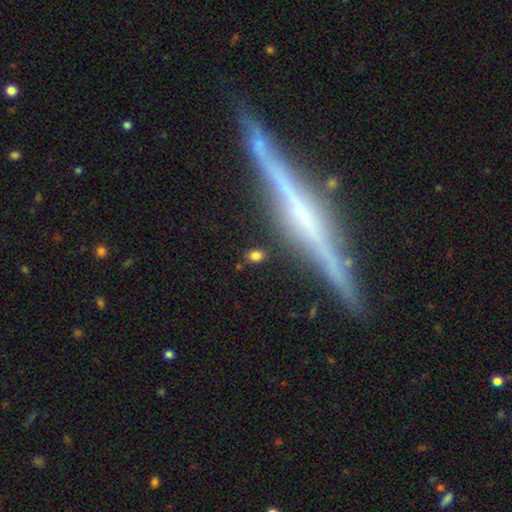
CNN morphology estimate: smooth-or-featured: smooth: 77% | star or artifact: 12% | featured or disk: 10%
  how-rounded: in between: 76% | round: 19% | cigar-shaped: 4%
  merging: none: 83% | minor disturbance: 10% | merger: 4% | major disturbance: 3%